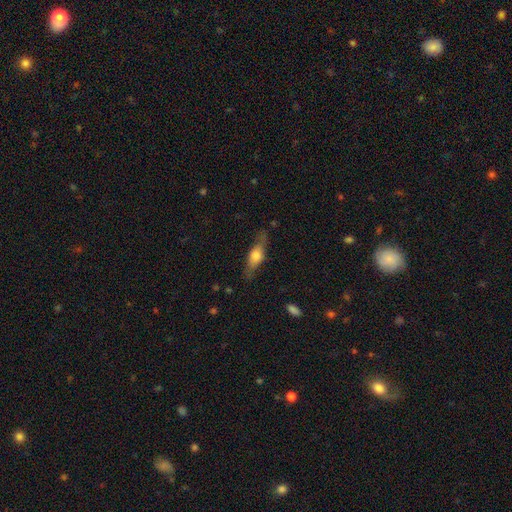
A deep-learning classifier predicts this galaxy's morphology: A smooth galaxy with no disk features (50%).

Vote fractions:
- Smooth or featured? smooth: 50% / featured or disk: 44% / star or artifact: 6%
- Merging? none: 74% / minor disturbance: 19% / major disturbance: 6% / merger: 2%